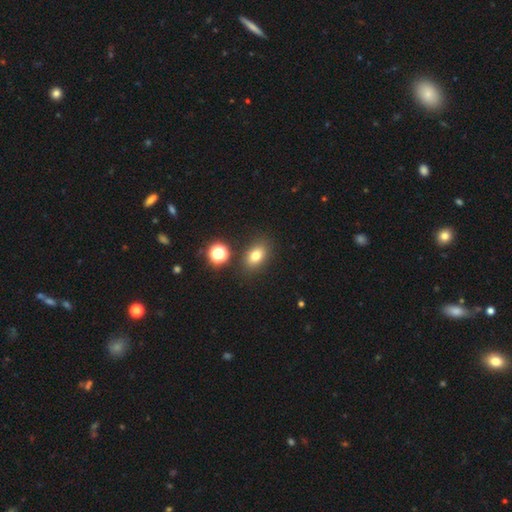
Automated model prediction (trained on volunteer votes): This is likely a smooth galaxy (76%). How rounded: likely in between (76%). Merging: clearly none (83%).